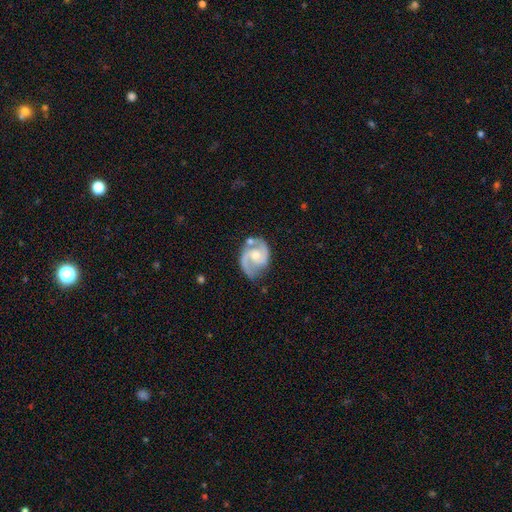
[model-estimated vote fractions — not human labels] Q: Smooth or featured?
A: featured or disk (89%); runner-up: smooth (7%)
Q: Edge-on disk?
A: no (98%); runner-up: yes (2%)
Q: Bar?
A: no (52%); runner-up: weak (40%)
Q: Spiral arms?
A: yes (97%); runner-up: no (3%)
Q: Spiral winding?
A: medium (59%); runner-up: tight (25%)
Q: Spiral arm count?
A: 2 (92%); runner-up: can't tell (3%)
Q: Bulge size?
A: moderate (59%); runner-up: small (29%)
Q: Merging?
A: none (68%); runner-up: minor disturbance (20%)